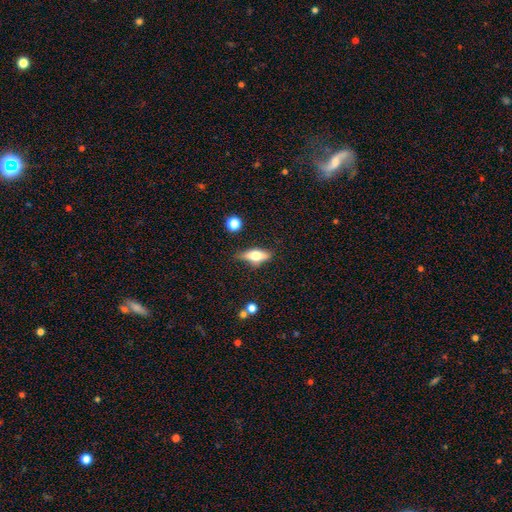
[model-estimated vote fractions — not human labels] smooth-or-featured: smooth: 54% | featured or disk: 38% | star or artifact: 8%
  how-rounded: in between: 64% | cigar-shaped: 31% | round: 5%
  merging: none: 72% | minor disturbance: 19% | major disturbance: 5% | merger: 4%